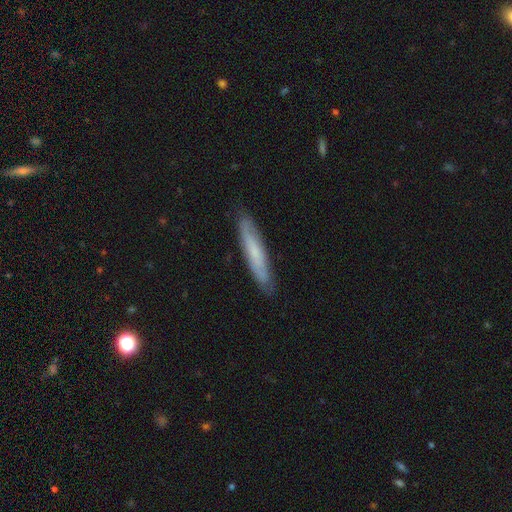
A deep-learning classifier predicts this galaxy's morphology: A smooth galaxy with no disk features (54%) that is cigar-shaped (92%). Merging: none (88%).